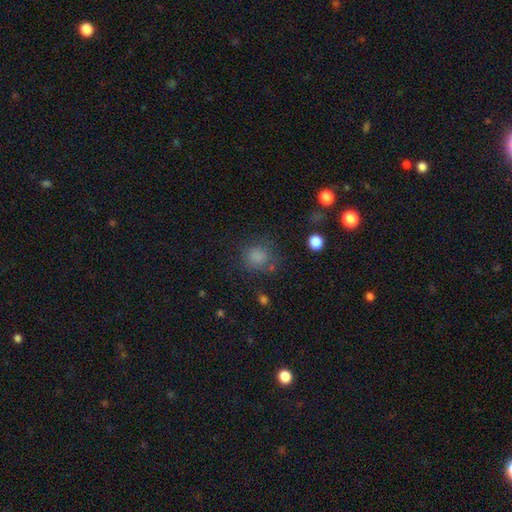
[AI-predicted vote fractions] A smooth galaxy with no disk features (78%) that is round (81%). Merging: none (72%).